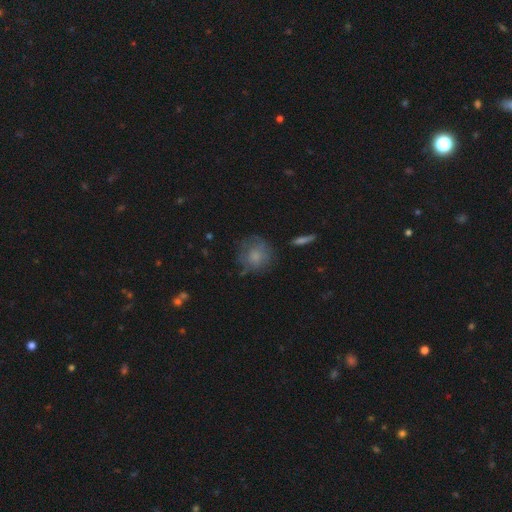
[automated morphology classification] This is likely a smooth galaxy (68%). How rounded: clearly round (88%). Merging: likely none (64%).